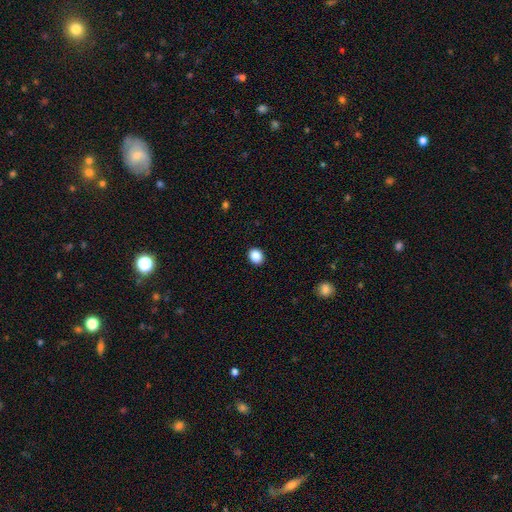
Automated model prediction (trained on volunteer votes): Smooth or featured?
  - smooth: 88% *
  - star or artifact: 9%
  - featured or disk: 3%
How rounded?
  - round: 57% *
  - in between: 42%
  - cigar-shaped: 1%
Merging?
  - none: 91% *
  - minor disturbance: 6%
  - major disturbance: 2%
  - merger: 1%